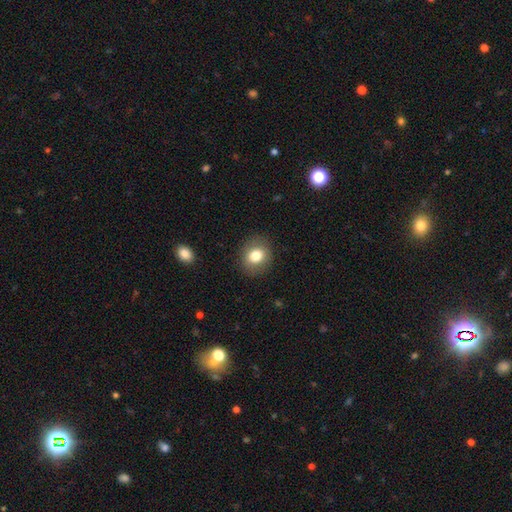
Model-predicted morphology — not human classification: The model was most divided on "how rounded": round: 67%, in between: 33%, cigar-shaped: 1%. More confident: merging — none (87%); smooth or featured — smooth (80%).